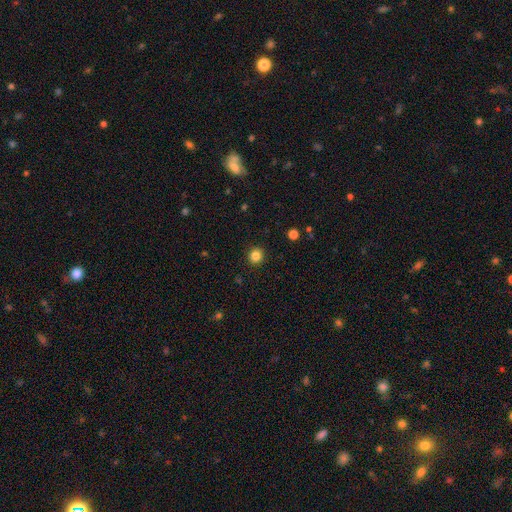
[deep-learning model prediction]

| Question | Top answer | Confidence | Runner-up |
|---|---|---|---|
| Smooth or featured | smooth | 84% | star or artifact (12%) |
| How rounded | round | 92% | in between (7%) |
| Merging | none | 92% | minor disturbance (5%) |